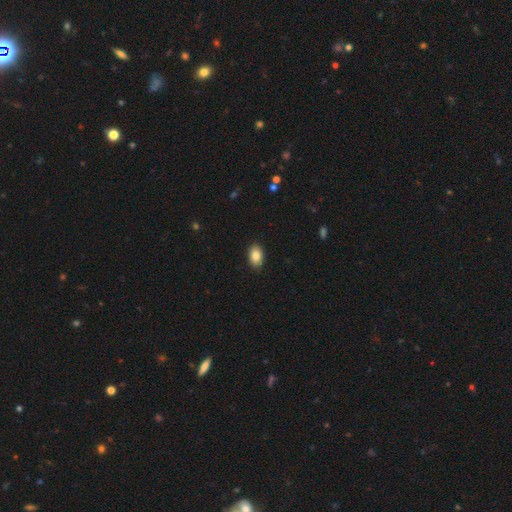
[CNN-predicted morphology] A smooth galaxy with no disk features (86%) that is in between round and cigar-shaped (89%).

Vote fractions:
- Smooth or featured? smooth: 86% / star or artifact: 8% / featured or disk: 6%
- How rounded? in between: 89% / round: 10% / cigar-shaped: 1%
- Merging? none: 89% / minor disturbance: 8% / major disturbance: 2% / merger: 1%